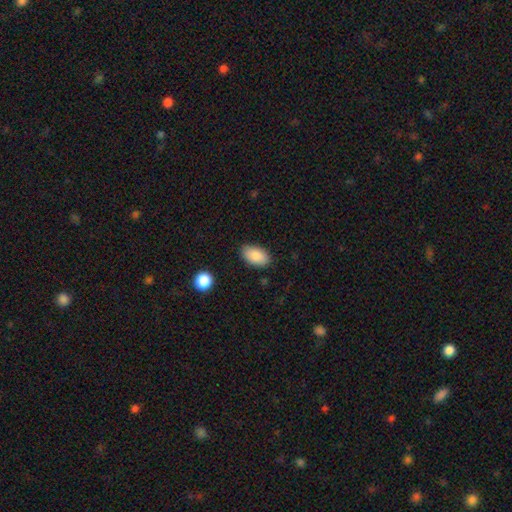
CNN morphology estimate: smooth_or_featured: smooth (p=0.88) [alt: star or artifact p=0.07]
how_rounded: in between (p=0.94) [alt: round p=0.04]
merging: none (p=0.86) [alt: minor disturbance p=0.10]